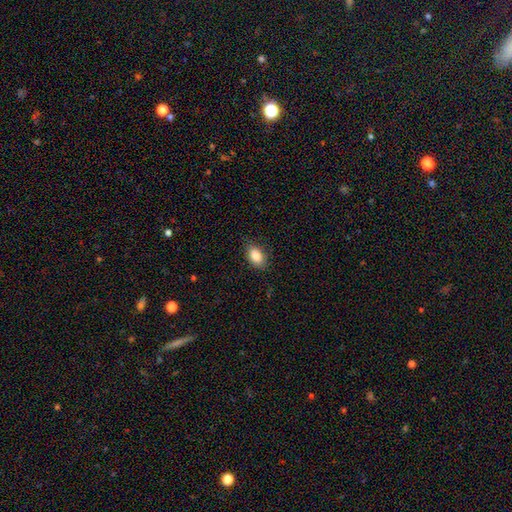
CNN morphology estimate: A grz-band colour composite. It shows a smooth galaxy with no disk features (86%) that is in between round and cigar-shaped (88%). Merging: none (84%).